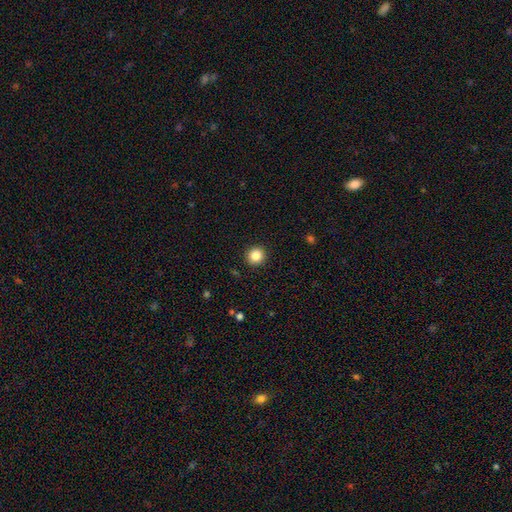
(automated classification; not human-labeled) This is clearly a smooth galaxy (85%). How rounded: clearly round (94%). Merging: clearly none (93%).